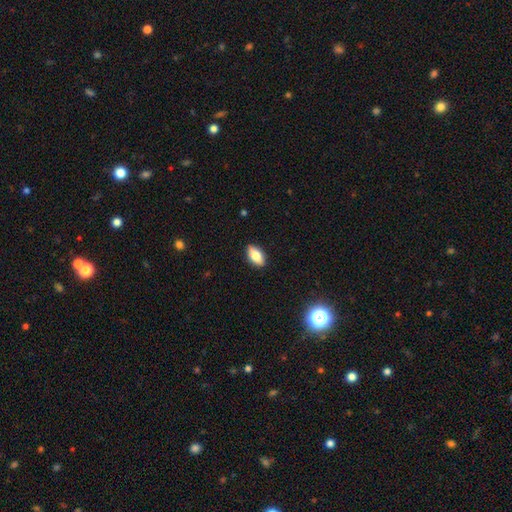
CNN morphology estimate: A smooth galaxy with no disk features (74%) that is in between round and cigar-shaped (88%).

Vote fractions:
- Smooth or featured? smooth: 74% / featured or disk: 18% / star or artifact: 8%
- How rounded? in between: 88% / cigar-shaped: 8% / round: 4%
- Merging? none: 88% / minor disturbance: 9% / major disturbance: 2% / merger: 1%